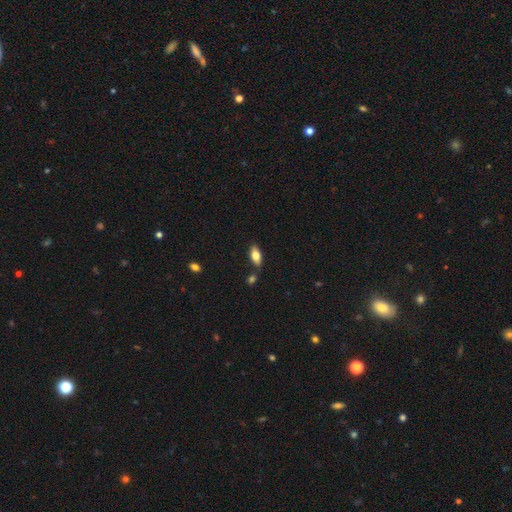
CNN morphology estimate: smooth-or-featured: smooth: 74% | featured or disk: 19% | star or artifact: 7%
  how-rounded: in between: 85% | cigar-shaped: 12% | round: 3%
  merging: none: 78% | minor disturbance: 13% | merger: 7% | major disturbance: 3%